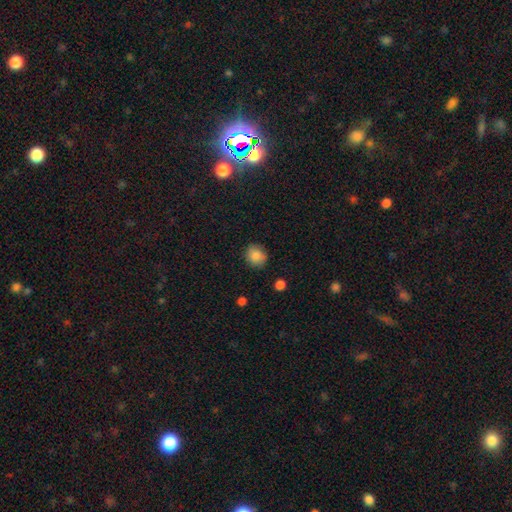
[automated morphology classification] Smooth or featured? smooth (86%)
How rounded? round (75%)
Merging? none (88%)